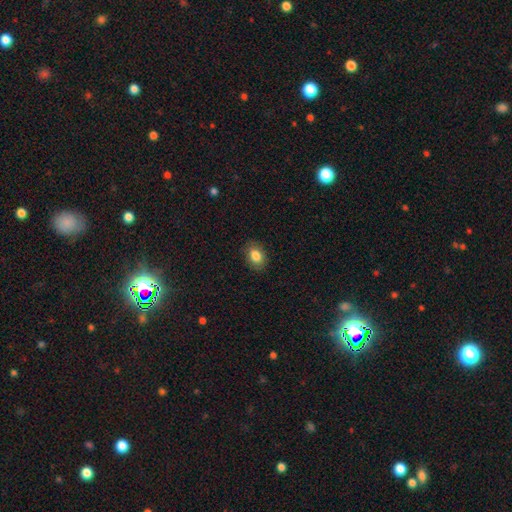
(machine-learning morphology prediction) The model was most divided on "how rounded": in between: 72%, round: 27%, cigar-shaped: 1%. More confident: merging — none (87%); smooth or featured — smooth (84%).